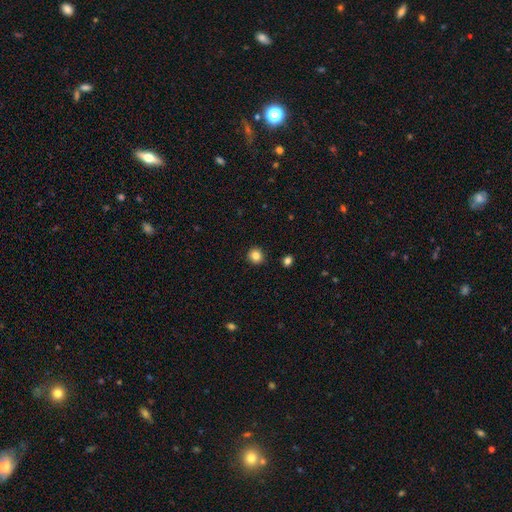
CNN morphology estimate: type=smooth (84%); roundness=round (91%); merging=none (92%).